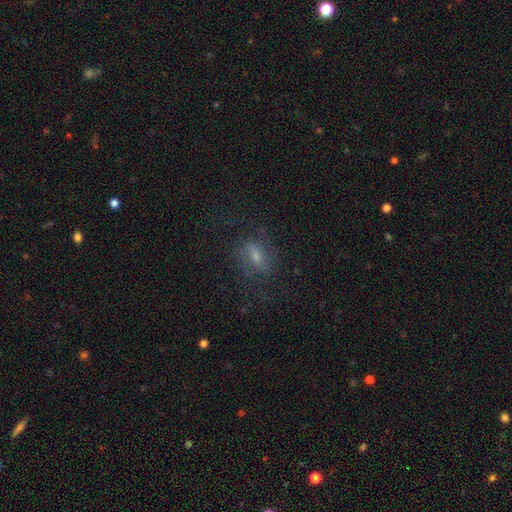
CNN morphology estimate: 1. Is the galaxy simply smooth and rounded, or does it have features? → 43% smooth, 40% featured or disk, 16% star or artifact.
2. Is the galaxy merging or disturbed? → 66% none, 17% minor disturbance, 15% major disturbance, 2% merger.